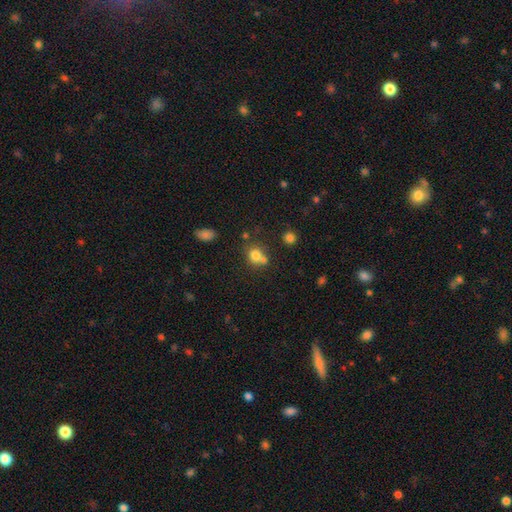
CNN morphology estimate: smooth 77%, star or artifact 13%, featured or disk 10%. Down the decision tree: how rounded — round (76%); merging — none (49%).